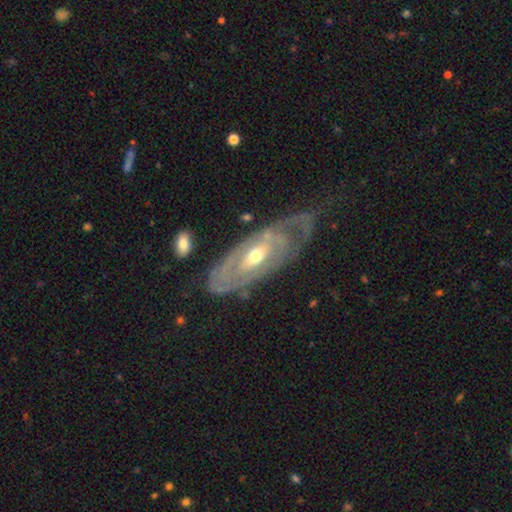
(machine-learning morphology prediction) Q: Smooth or featured?
A: featured or disk (81%); runner-up: smooth (15%)
Q: Edge-on disk?
A: no (87%); runner-up: yes (13%)
Q: Bar?
A: no (60%); runner-up: weak (27%)
Q: Spiral arms?
A: yes (64%); runner-up: no (36%)
Q: Bulge size?
A: moderate (62%); runner-up: small (32%)
Q: Merging?
A: none (65%); runner-up: minor disturbance (19%)